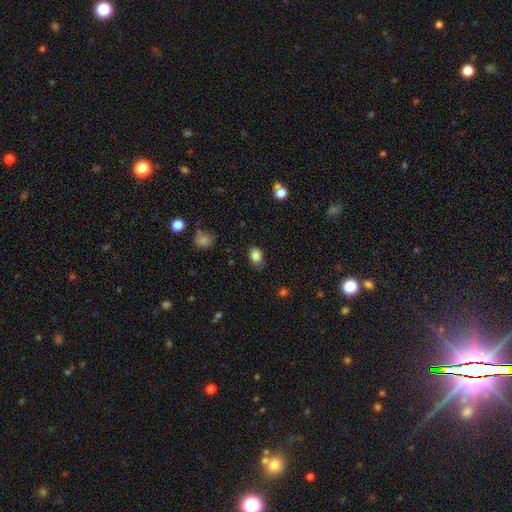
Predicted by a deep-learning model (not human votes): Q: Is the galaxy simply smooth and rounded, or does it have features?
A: smooth — 84%.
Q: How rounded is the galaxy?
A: in between — 74%.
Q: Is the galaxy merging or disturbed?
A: none — 75%.